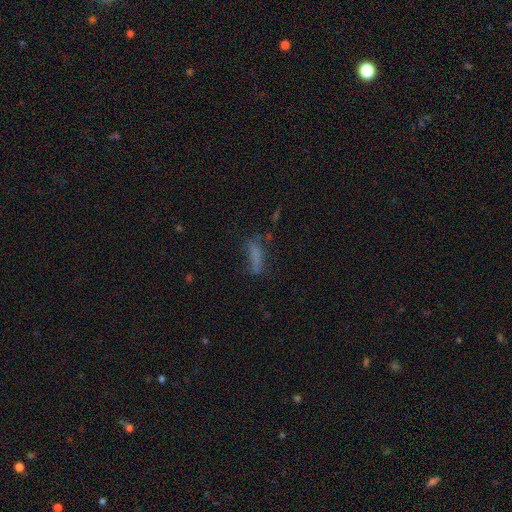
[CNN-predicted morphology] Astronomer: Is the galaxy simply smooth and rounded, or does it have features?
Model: smooth — 69%.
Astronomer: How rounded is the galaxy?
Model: cigar-shaped — 65%.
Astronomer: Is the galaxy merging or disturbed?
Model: none — 55%.